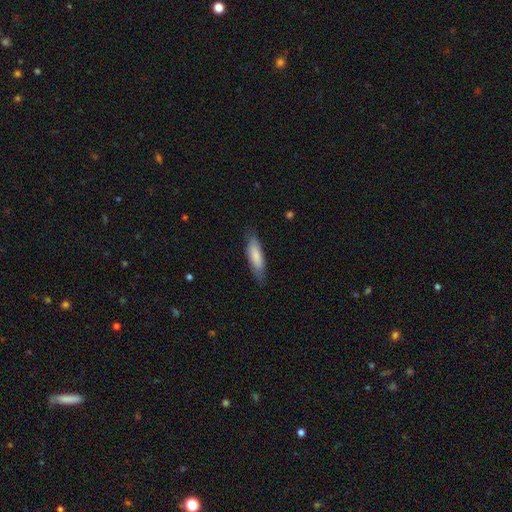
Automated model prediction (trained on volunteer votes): The model was most divided on "how rounded": cigar-shaped: 53%, in between: 46%, round: 1%. More confident: smooth or featured — smooth (82%); merging — none (80%).